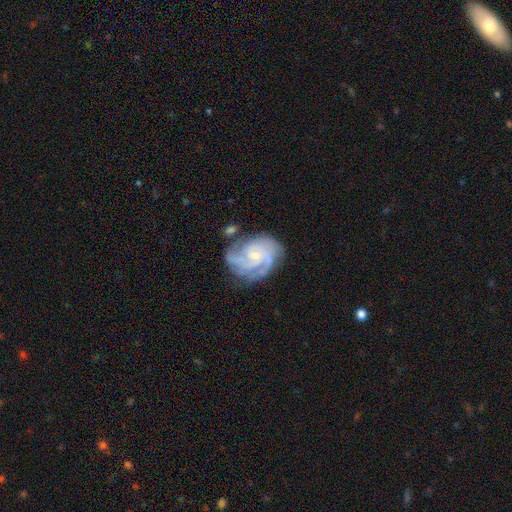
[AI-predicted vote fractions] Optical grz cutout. It shows a featured or disk galaxy (88%) with no bar (68%), 3 (44%) tight (61%) spiral arms (98%) and a small central bulge (74%). Merging: none (68%).